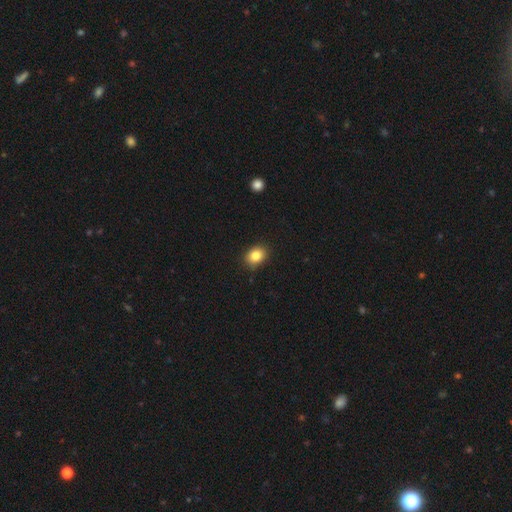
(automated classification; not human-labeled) smooth 84%, star or artifact 10%, featured or disk 6%. Down the decision tree: how rounded — in between (54%); merging — none (88%).